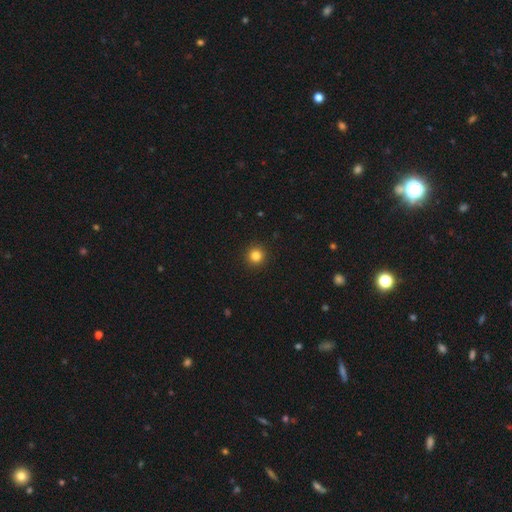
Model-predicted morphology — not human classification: type=smooth (83%); roundness=round (95%); merging=none (93%).